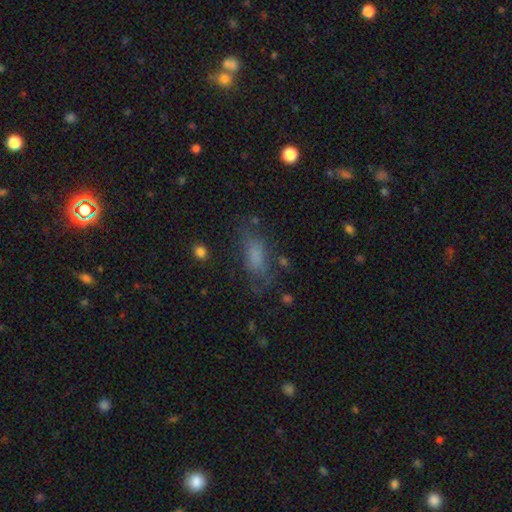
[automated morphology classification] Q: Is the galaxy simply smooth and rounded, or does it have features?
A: smooth — 65%.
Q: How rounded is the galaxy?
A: in between — 77%.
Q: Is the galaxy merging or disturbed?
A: none — 58%.